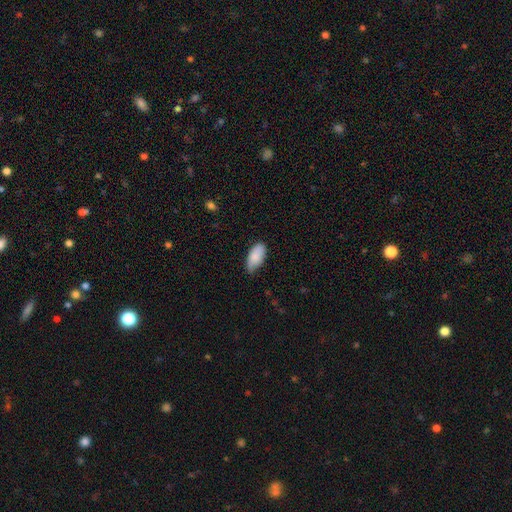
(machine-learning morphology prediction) smooth 86%, featured or disk 8%, star or artifact 6%. Down the decision tree: how rounded — in between (93%); merging — none (63%).